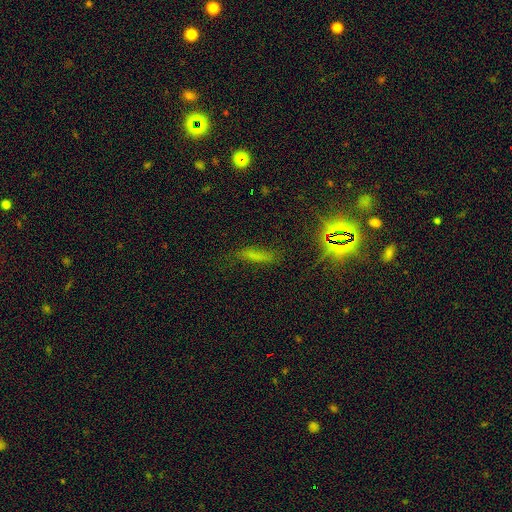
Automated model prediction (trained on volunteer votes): Morphology: type=smooth (56%); roundness=cigar-shaped (77%); merging=none (66%).